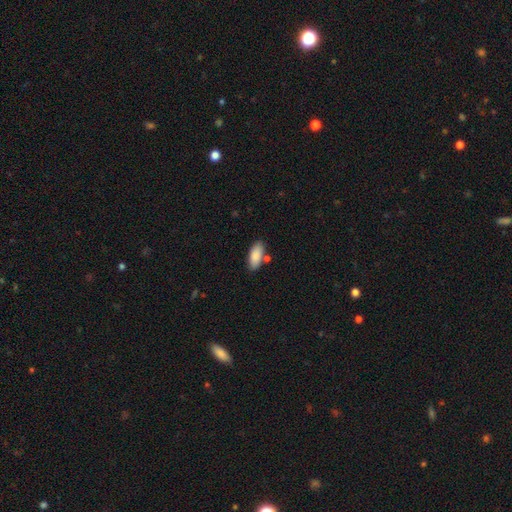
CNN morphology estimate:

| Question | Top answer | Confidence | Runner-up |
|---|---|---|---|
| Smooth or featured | smooth | 87% | featured or disk (6%) |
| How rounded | in between | 85% | cigar-shaped (13%) |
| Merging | none | 75% | minor disturbance (13%) |